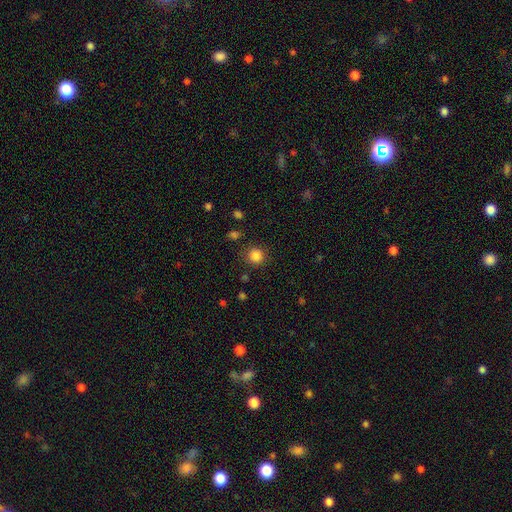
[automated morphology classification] The model was most divided on "smooth or featured": smooth: 84%, star or artifact: 12%, featured or disk: 4%. More confident: how rounded — round (92%); merging — none (86%).